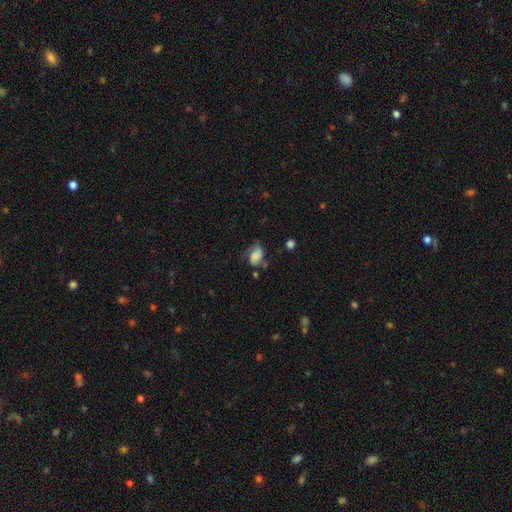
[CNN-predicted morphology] Smooth or featured? smooth (65%)
How rounded? in between (82%)
Merging? none (39%)